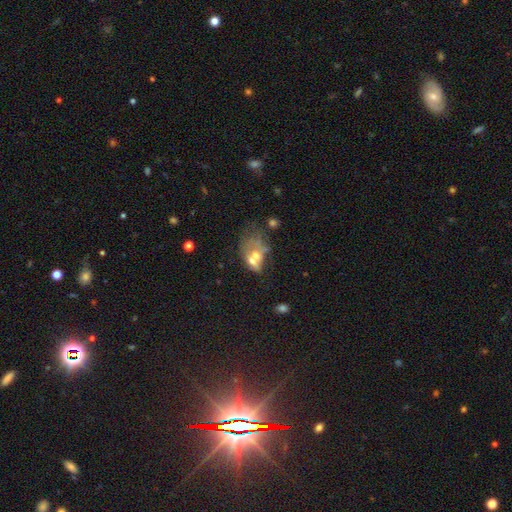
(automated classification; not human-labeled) The model was most divided on "smooth or featured": featured or disk: 44%, smooth: 41%, star or artifact: 15%. Remaining: merging — merger (44%).